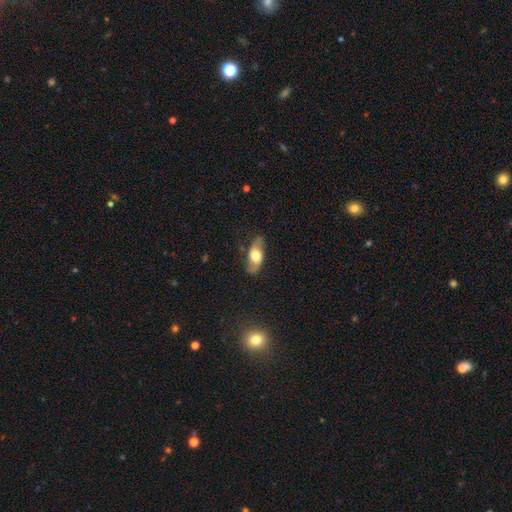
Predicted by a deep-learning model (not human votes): Smooth or featured: featured or disk — 48% (smooth — 45%)
Merging: none — 78% (minor disturbance — 16%)